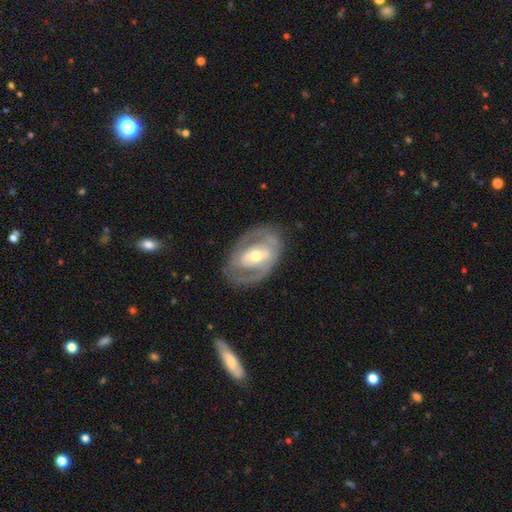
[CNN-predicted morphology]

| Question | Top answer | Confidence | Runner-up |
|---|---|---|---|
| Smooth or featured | featured or disk | 75% | smooth (20%) |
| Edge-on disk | no | 94% | yes (6%) |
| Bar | no | 34% | tied: weak (34%) |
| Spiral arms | yes | 60% | no (40%) |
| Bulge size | moderate | 60% | small (32%) |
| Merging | none | 75% | minor disturbance (15%) |